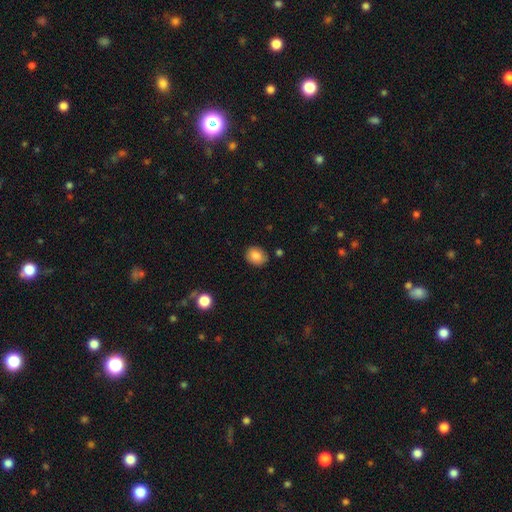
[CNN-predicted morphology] smooth-or-featured: smooth: 84% | star or artifact: 9% | featured or disk: 7%
  how-rounded: round: 50% | in between: 49% | cigar-shaped: 1%
  merging: none: 85% | minor disturbance: 11% | merger: 2% | major disturbance: 2%